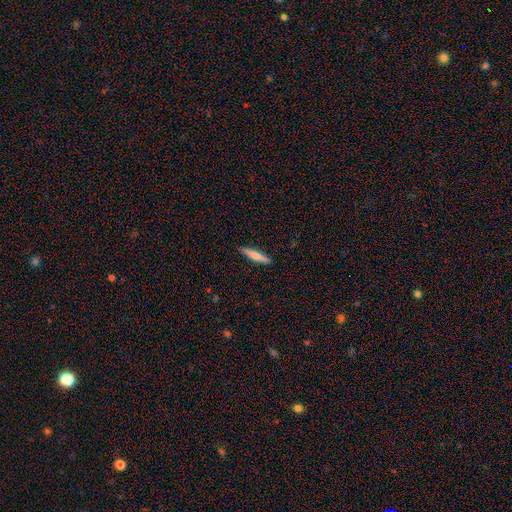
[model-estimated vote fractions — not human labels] smooth_or_featured: smooth (p=0.63) [alt: featured or disk p=0.31]
how_rounded: cigar-shaped (p=0.90) [alt: in between p=0.08]
merging: none (p=0.89) [alt: minor disturbance p=0.08]